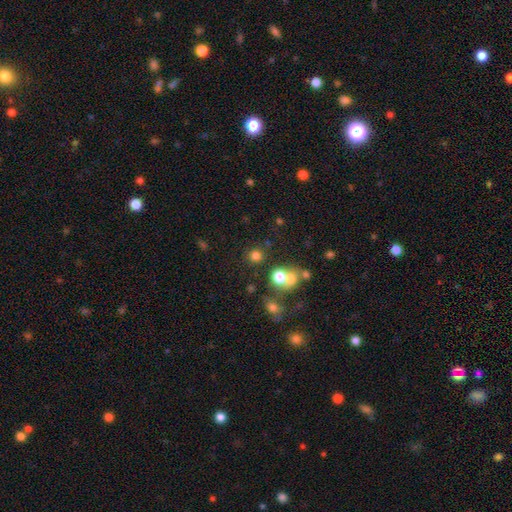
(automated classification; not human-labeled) smooth 75%, star or artifact 18%, featured or disk 7%. Down the decision tree: how rounded — round (90%); merging — none (76%).